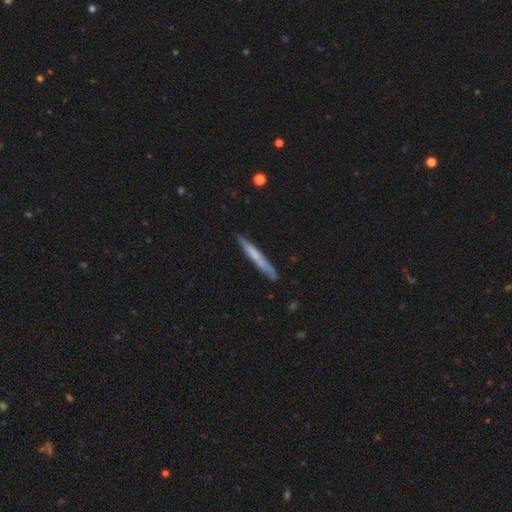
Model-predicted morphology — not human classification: smooth_or_featured: smooth (p=0.54) [alt: featured or disk p=0.41]
how_rounded: cigar-shaped (p=0.96) [alt: in between p=0.03]
merging: none (p=0.83) [alt: minor disturbance p=0.13]